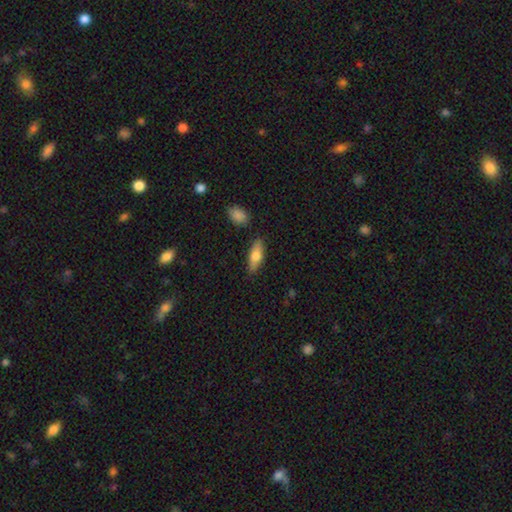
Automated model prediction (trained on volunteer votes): This is likely a smooth galaxy (72%). How rounded: likely in between (67%). Merging: clearly none (82%).